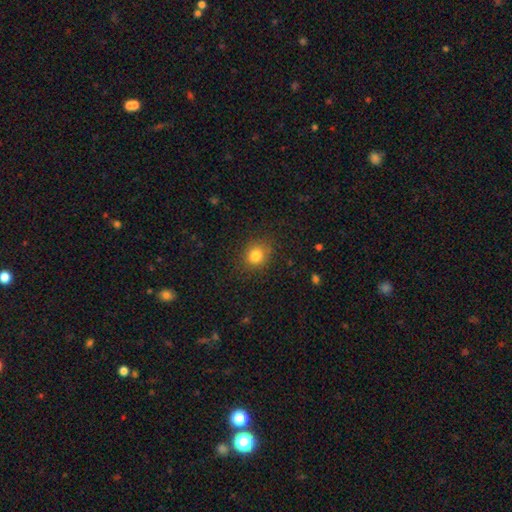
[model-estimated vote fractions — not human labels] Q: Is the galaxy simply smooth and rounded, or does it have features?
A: smooth — 82%.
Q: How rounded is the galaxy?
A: round — 78%.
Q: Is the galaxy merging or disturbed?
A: none — 85%.